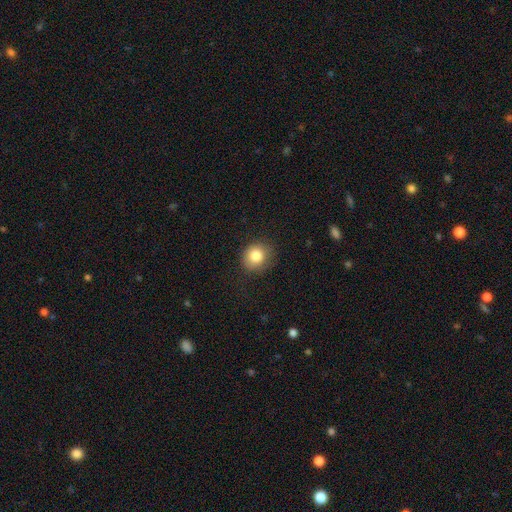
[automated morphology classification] type=smooth (83%); roundness=round (79%); merging=none (83%).